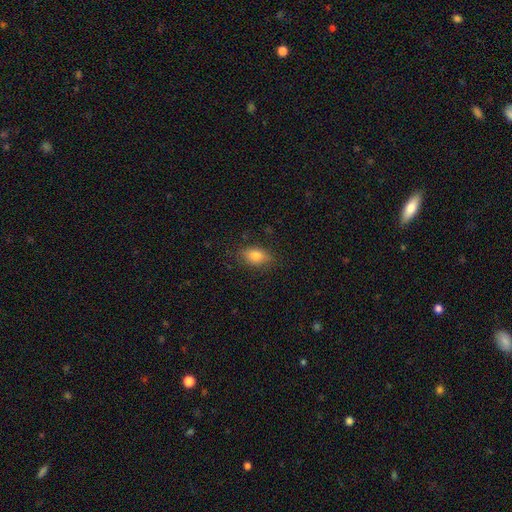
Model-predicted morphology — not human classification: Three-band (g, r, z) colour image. It shows a smooth galaxy with no disk features (81%) that is in between round and cigar-shaped (85%). Merging: none (81%).